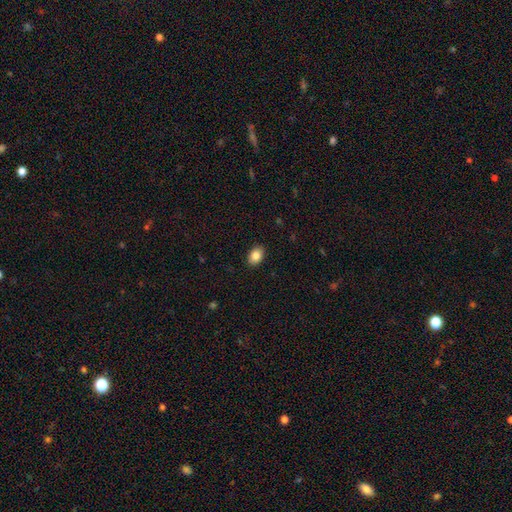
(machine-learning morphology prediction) Q: Smooth or featured?
A: smooth (85%); runner-up: star or artifact (8%)
Q: How rounded?
A: in between (84%); runner-up: round (15%)
Q: Merging?
A: none (90%); runner-up: minor disturbance (7%)